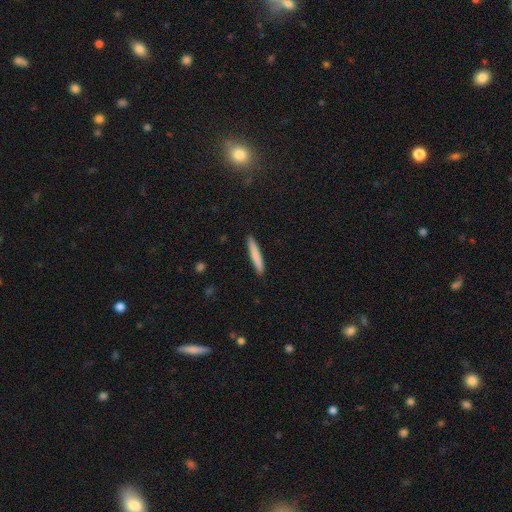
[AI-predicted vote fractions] Smooth or featured? smooth (78%)
How rounded? cigar-shaped (95%)
Merging? none (91%)